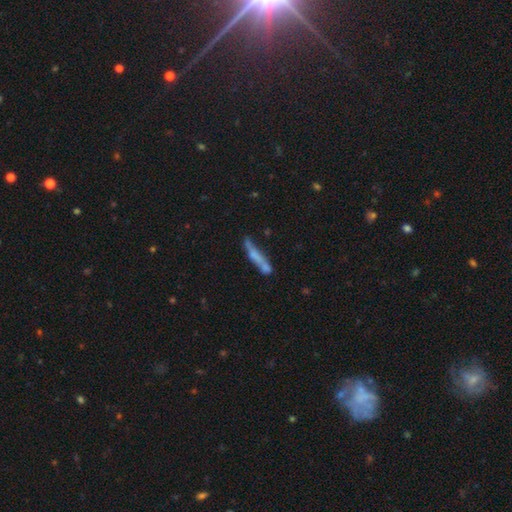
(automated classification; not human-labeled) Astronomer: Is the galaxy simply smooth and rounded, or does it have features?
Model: smooth — 56% (runner-up: featured or disk, 36%).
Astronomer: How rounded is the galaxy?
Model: cigar-shaped — 89%.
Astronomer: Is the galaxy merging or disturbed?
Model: none — 54%.